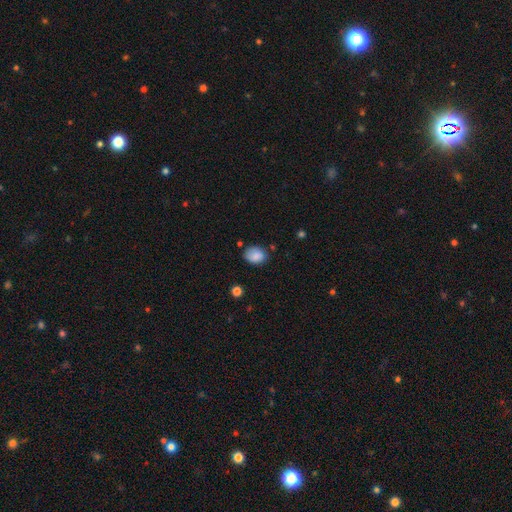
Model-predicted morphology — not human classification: A smooth galaxy with no disk features (83%) that is in between round and cigar-shaped (65%). Merging: none (70%).